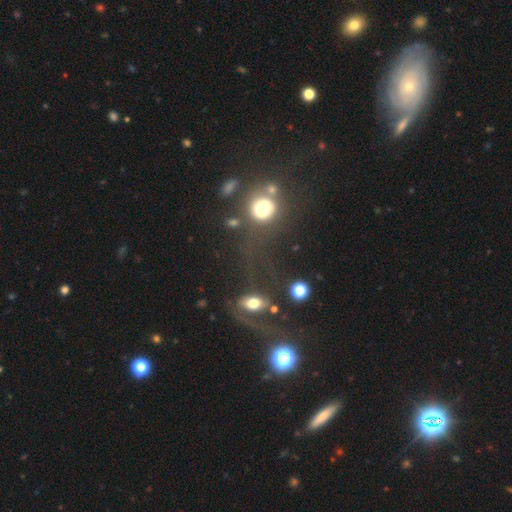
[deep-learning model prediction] star or artifact 45%, smooth 37%, featured or disk 18%.